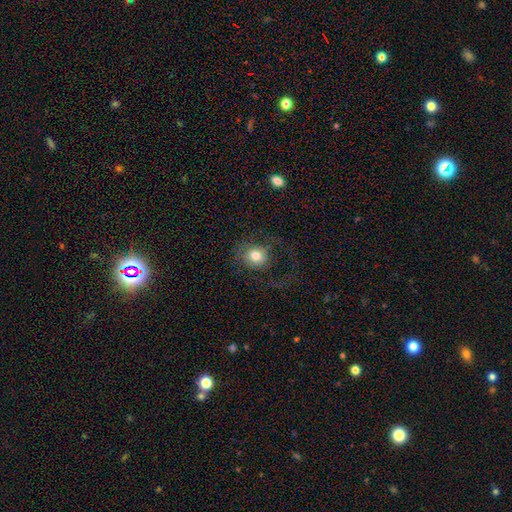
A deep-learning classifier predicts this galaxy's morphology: A smooth galaxy with no disk features (74%) that is round (77%).

Vote fractions:
- Smooth or featured? smooth: 74% / featured or disk: 16% / star or artifact: 10%
- How rounded? round: 77% / in between: 22% / cigar-shaped: 1%
- Merging? none: 53% / major disturbance: 30% / minor disturbance: 16% / merger: 2%